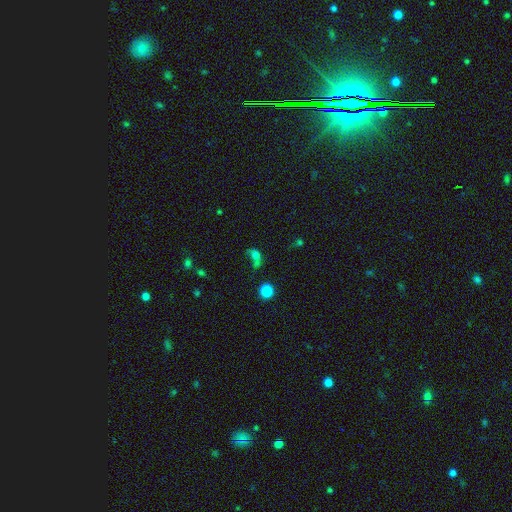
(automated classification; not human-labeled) smooth_or_featured: smooth (p=0.58) [alt: star or artifact p=0.22]
how_rounded: in between (p=0.55) [alt: round p=0.40]
merging: none (p=0.30) [alt: merger p=0.27]